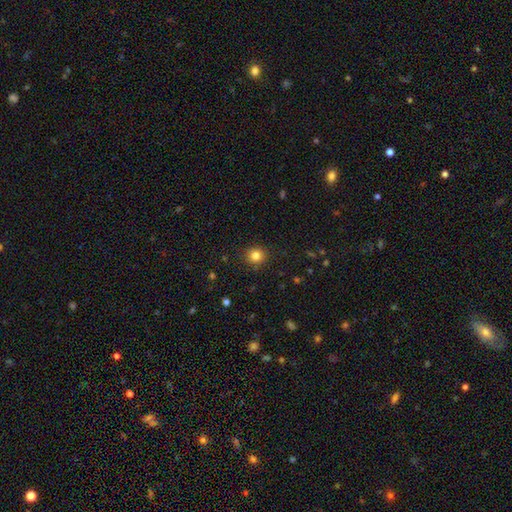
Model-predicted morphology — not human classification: Smooth or featured: smooth — 82% (star or artifact — 12%)
How rounded: round — 90% (in between — 9%)
Merging: none — 90% (minor disturbance — 7%)